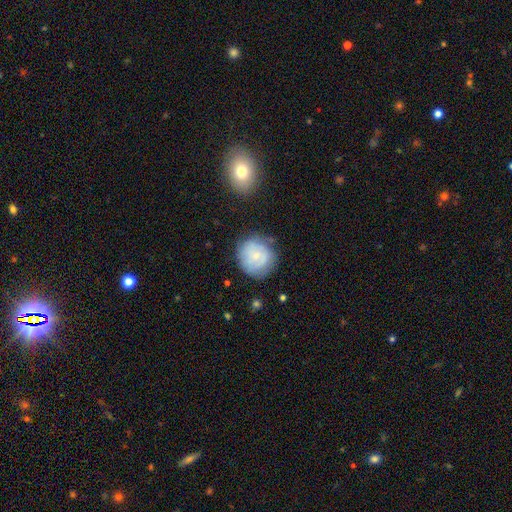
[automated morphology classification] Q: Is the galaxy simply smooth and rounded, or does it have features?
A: smooth — 55%.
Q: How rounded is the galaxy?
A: round — 88%.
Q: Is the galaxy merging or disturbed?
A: none — 70%.